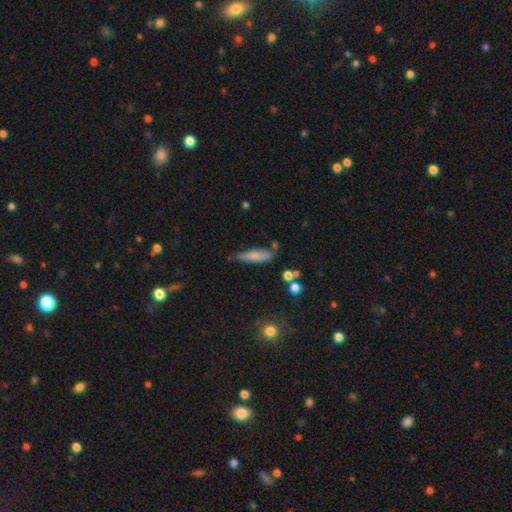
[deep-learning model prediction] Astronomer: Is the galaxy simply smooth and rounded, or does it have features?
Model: smooth — 73%.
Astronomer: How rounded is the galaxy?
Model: cigar-shaped — 72%.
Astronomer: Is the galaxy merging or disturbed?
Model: none — 63%.